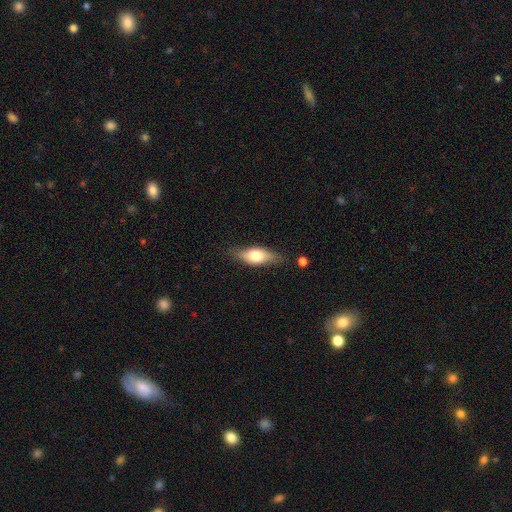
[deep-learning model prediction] This is likely a smooth galaxy (62%). How rounded: likely in between (74%). Merging: likely none (75%).